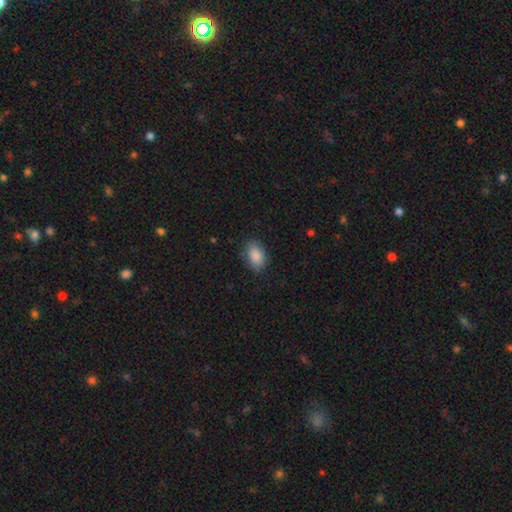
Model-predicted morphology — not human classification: A smooth galaxy with no disk features (88%) that is in between round and cigar-shaped (86%). Merging: none (82%).